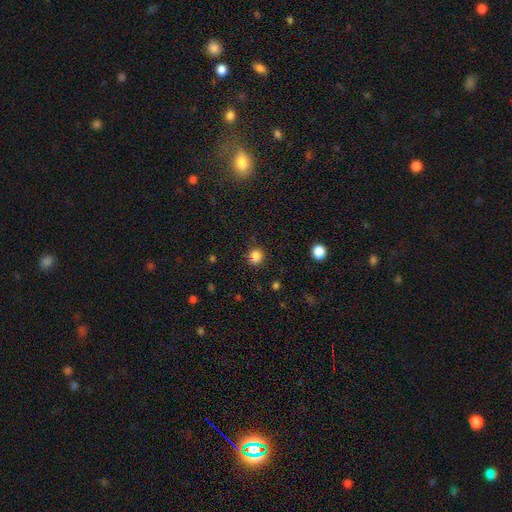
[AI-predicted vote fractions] Smooth or featured? smooth (82%)
How rounded? round (77%)
Merging? none (76%)